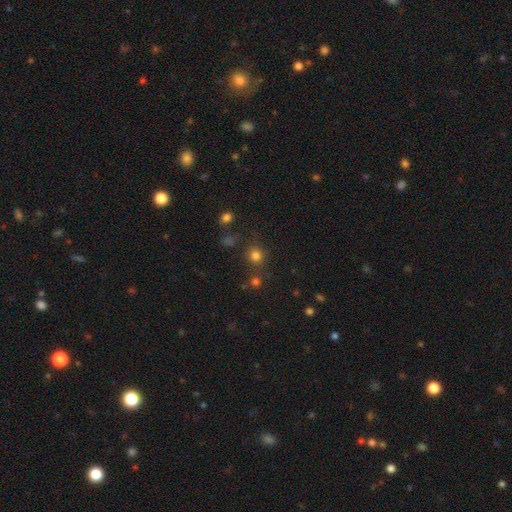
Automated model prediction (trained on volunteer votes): A smooth galaxy with no disk features (77%) that is round (89%). Merging: none (78%).